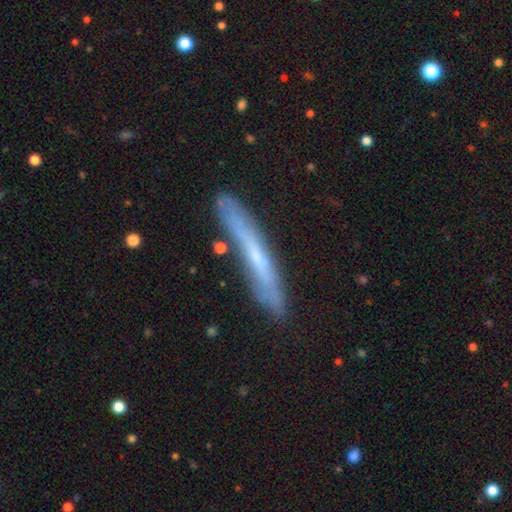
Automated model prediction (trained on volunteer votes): Smooth or featured?
  - featured or disk: 50% *
  - smooth: 44%
  - star or artifact: 7%
Merging?
  - none: 79% *
  - minor disturbance: 15%
  - major disturbance: 3%
  - merger: 3%